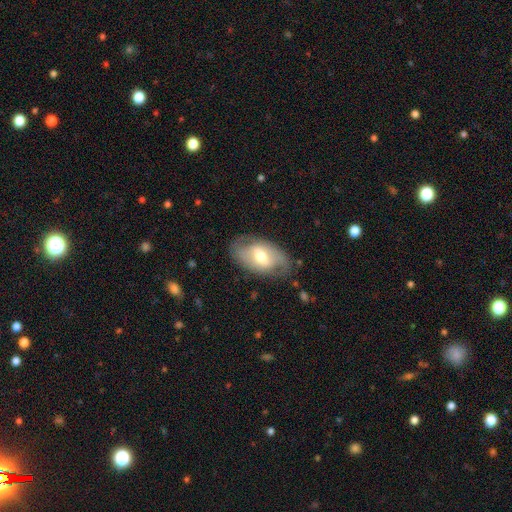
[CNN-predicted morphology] Smooth or featured? Predicted: smooth (p=0.46). Merging? Predicted: none (p=0.80).